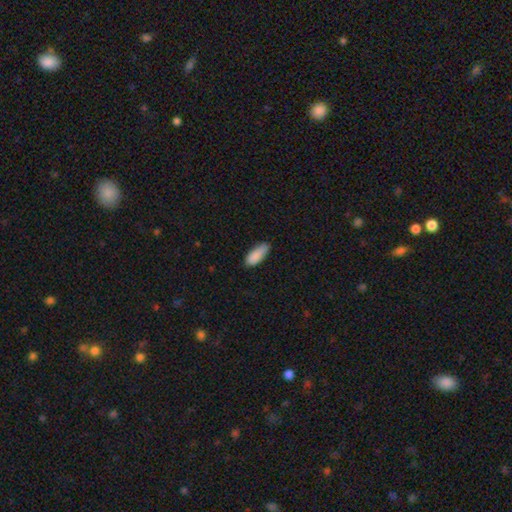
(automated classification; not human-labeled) smooth 88%, star or artifact 7%, featured or disk 5%. Down the decision tree: how rounded — in between (77%); merging — none (70%).